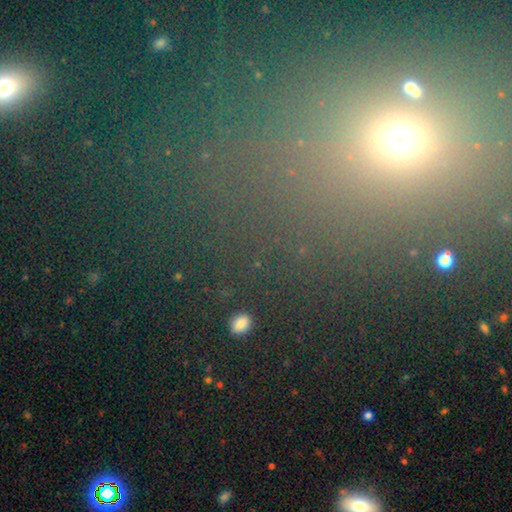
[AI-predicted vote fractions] This is possibly a star or artifact rather than a galaxy (56%).